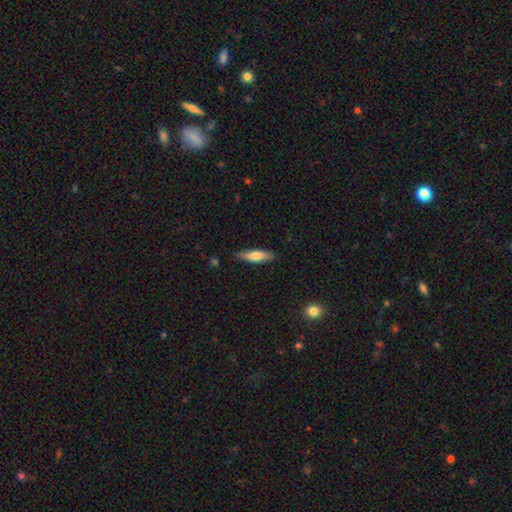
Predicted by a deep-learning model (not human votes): Smooth or featured? smooth (72%)
How rounded? cigar-shaped (63%)
Merging? none (83%)